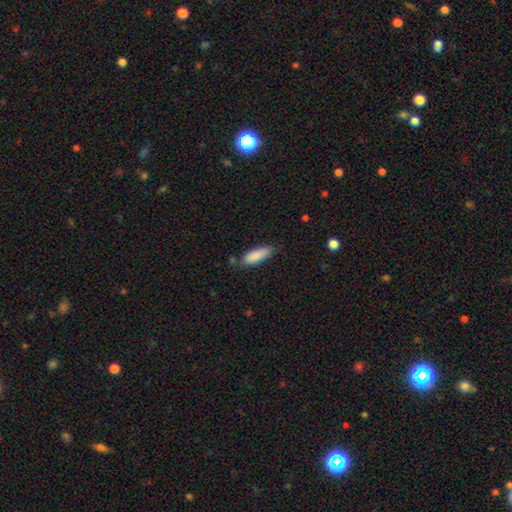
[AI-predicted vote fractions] Smooth or featured?
  - smooth: 88% *
  - featured or disk: 6%
  - star or artifact: 6%
How rounded?
  - in between: 54% *
  - cigar-shaped: 45%
  - round: 2%
Merging?
  - none: 77% *
  - minor disturbance: 17%
  - major disturbance: 3%
  - merger: 3%